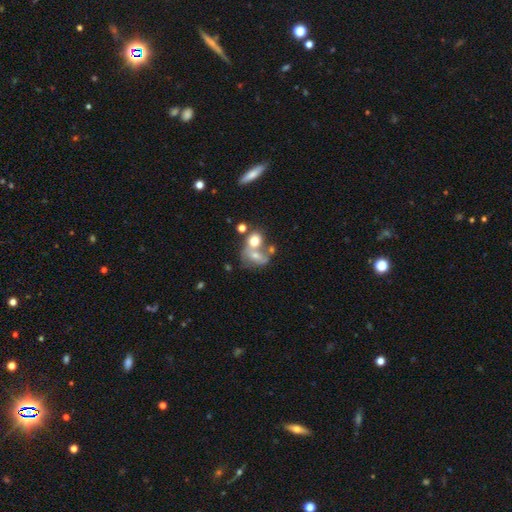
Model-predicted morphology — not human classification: A smooth galaxy with no disk features (54%) that is in between round and cigar-shaped (53%). Merging: merger (56%).